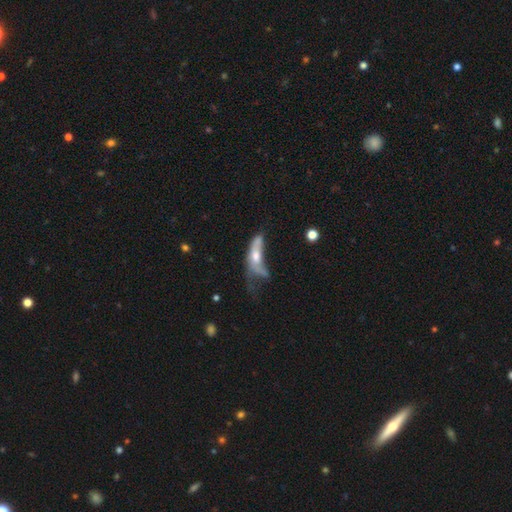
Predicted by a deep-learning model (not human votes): Smooth or featured: smooth — 46% (featured or disk — 45%)
Merging: major disturbance — 50% (minor disturbance — 18%)